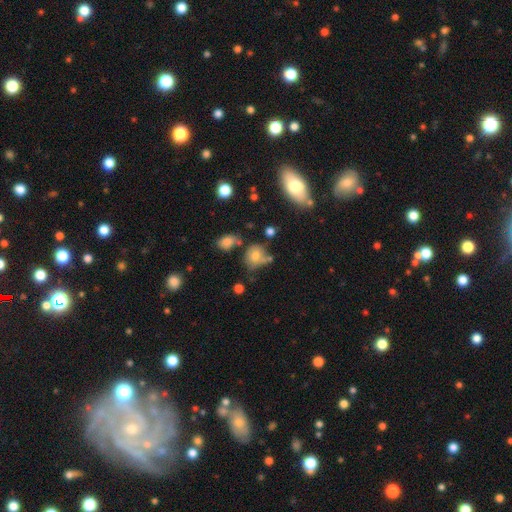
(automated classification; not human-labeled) This is likely a smooth galaxy (71%). How rounded: likely round (65%). Merging: possibly none (53%).